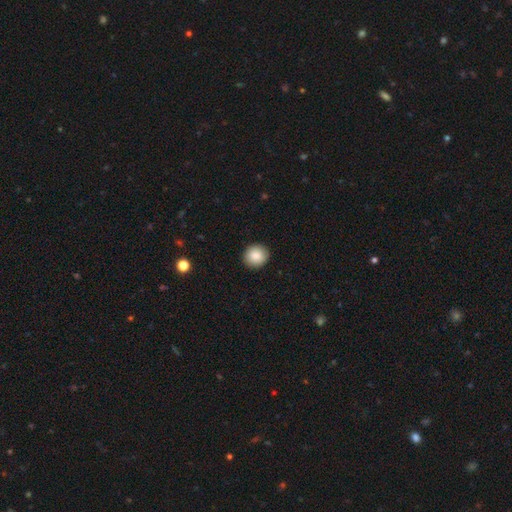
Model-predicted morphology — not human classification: type=smooth (88%); roundness=round (89%); merging=none (91%).